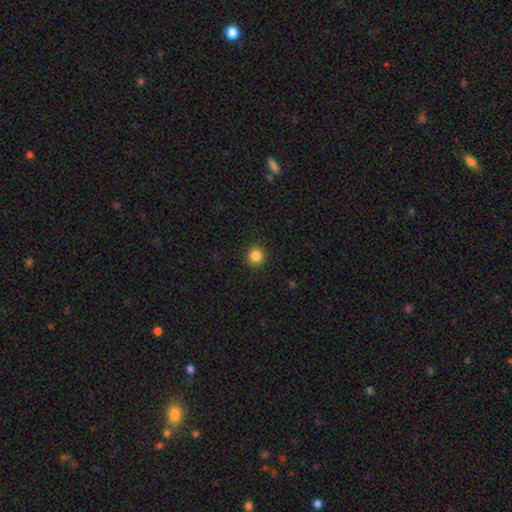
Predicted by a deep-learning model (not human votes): smooth_or_featured: smooth (p=0.85) [alt: star or artifact p=0.11]
how_rounded: round (p=0.93) [alt: in between p=0.06]
merging: none (p=0.92) [alt: minor disturbance p=0.06]